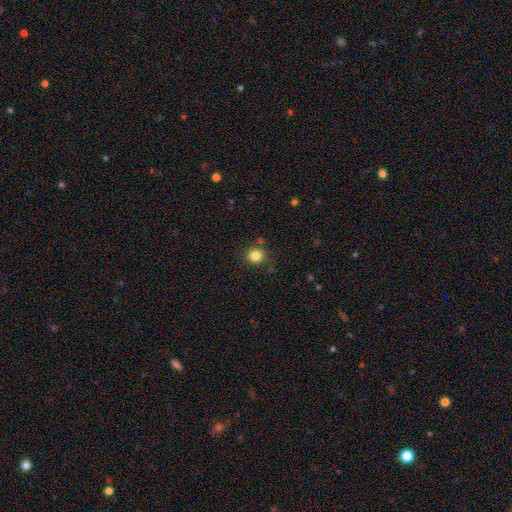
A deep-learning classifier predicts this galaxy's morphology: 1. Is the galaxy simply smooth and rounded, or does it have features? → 83% smooth, 12% star or artifact, 5% featured or disk.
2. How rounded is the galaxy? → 90% round, 10% in between, 1% cigar-shaped.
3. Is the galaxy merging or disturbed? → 85% none, 9% minor disturbance, 3% merger, 3% major disturbance.